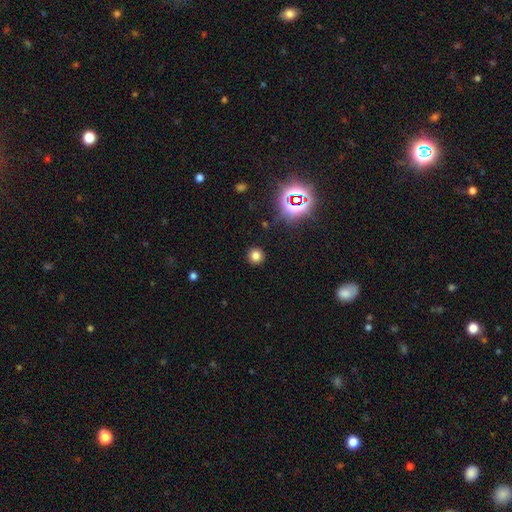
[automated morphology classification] Smooth or featured? Predicted: smooth (p=0.74). How rounded? Predicted: round (p=0.93). Merging? Predicted: none (p=0.91).